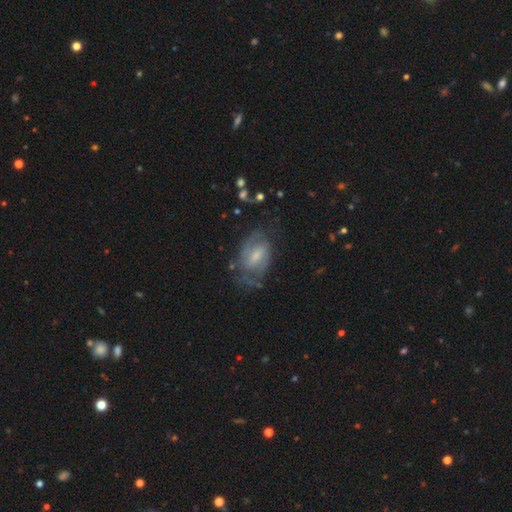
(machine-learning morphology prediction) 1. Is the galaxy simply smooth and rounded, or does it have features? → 76% featured or disk, 17% smooth, 6% star or artifact.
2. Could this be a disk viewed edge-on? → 96% no, 4% yes.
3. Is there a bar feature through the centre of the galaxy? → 56% weak, 24% no, 20% strong.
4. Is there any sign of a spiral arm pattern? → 89% yes, 11% no.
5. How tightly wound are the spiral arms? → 48% medium, 34% tight, 19% loose.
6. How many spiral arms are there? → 73% 2, 16% can't tell, 4% 3, 4% 1, 2% 4, 2% more than 4.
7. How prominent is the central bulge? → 43% moderate, 42% small, 8% none, 6% large, 1% dominant.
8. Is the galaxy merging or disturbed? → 61% none, 22% minor disturbance, 14% major disturbance, 3% merger.